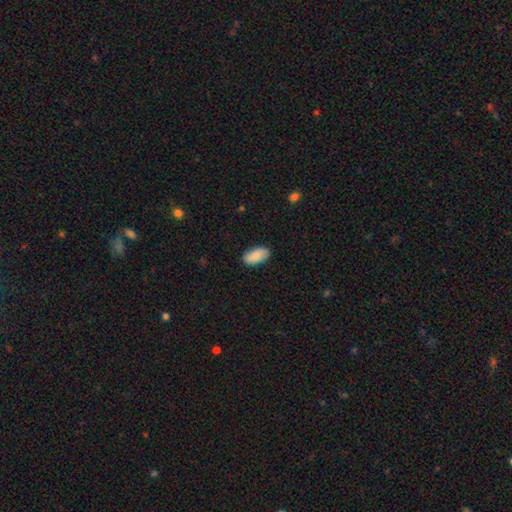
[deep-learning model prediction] Smooth or featured? smooth (89%)
How rounded? in between (93%)
Merging? none (88%)